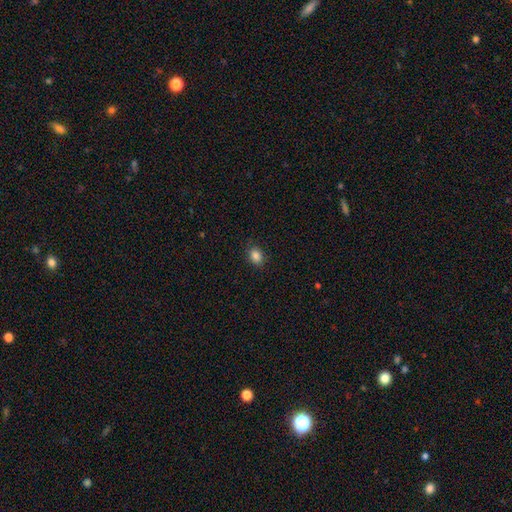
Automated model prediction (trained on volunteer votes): Smooth or featured? Predicted: smooth (p=0.85). How rounded? Predicted: in between (p=0.68). Merging? Predicted: none (p=0.86).